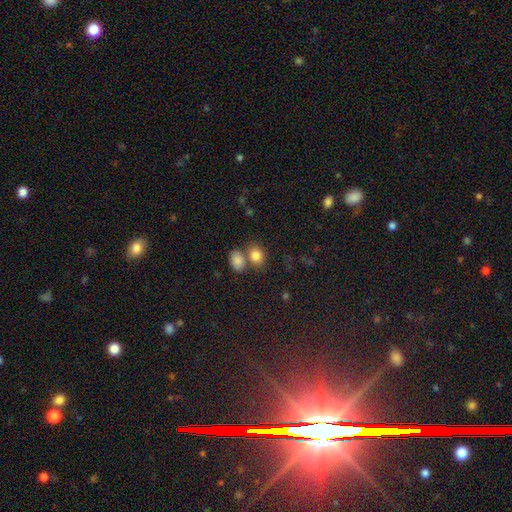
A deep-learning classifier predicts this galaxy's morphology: This is clearly a smooth galaxy (83%). How rounded: possibly in between (55%). Merging: possibly none (53%).